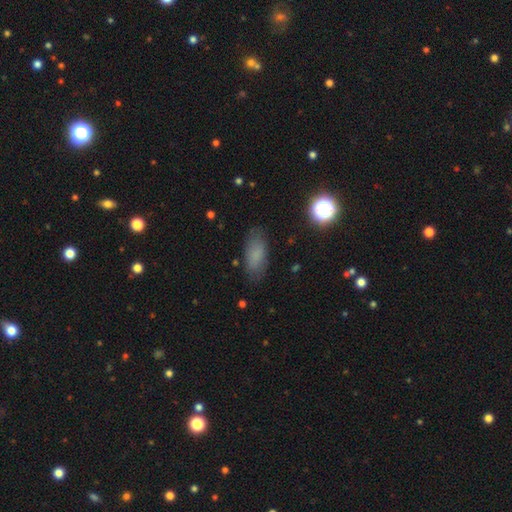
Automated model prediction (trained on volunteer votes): smooth 78%, featured or disk 12%, star or artifact 10%. Down the decision tree: how rounded — in between (87%); merging — none (78%).